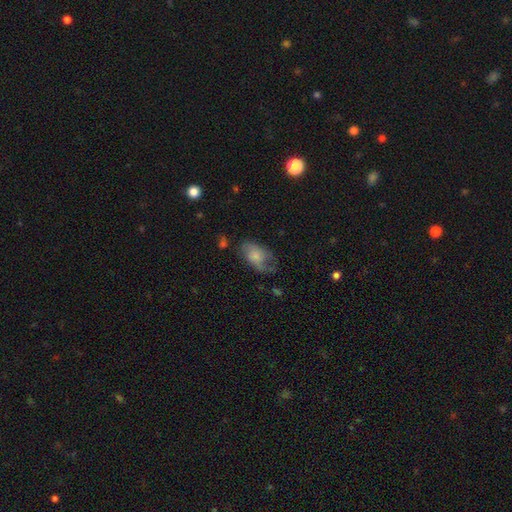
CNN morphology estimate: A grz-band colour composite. It shows a smooth galaxy with no disk features (60%) that is in between round and cigar-shaped (90%). Merging: none (47%).